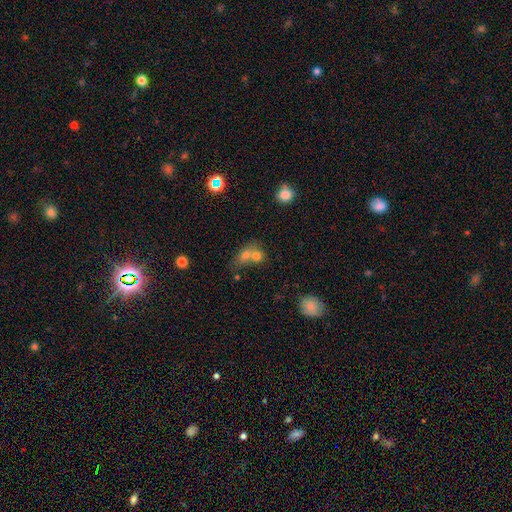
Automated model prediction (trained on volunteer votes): This is likely a smooth galaxy (71%). How rounded: possibly round (54%). Merging: likely merger (63%).